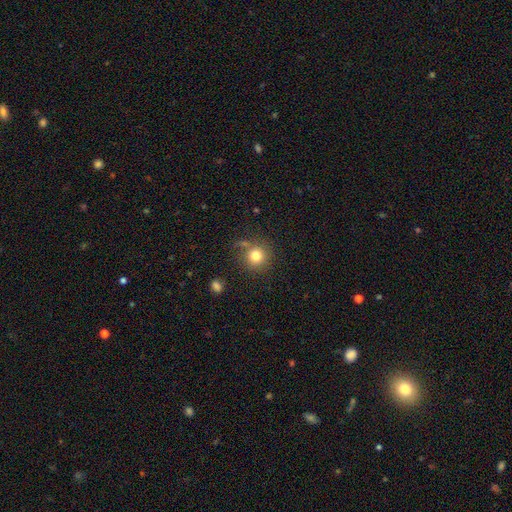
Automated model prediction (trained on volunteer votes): smooth 79%, star or artifact 12%, featured or disk 8%. Down the decision tree: how rounded — round (92%); merging — none (74%).